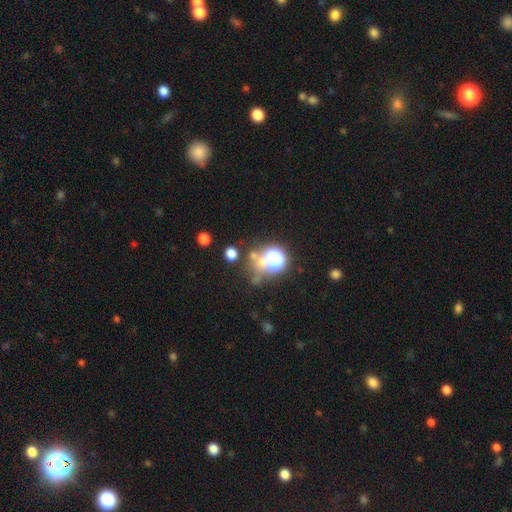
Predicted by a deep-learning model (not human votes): Q: Smooth or featured?
A: star or artifact (70%); runner-up: smooth (21%)